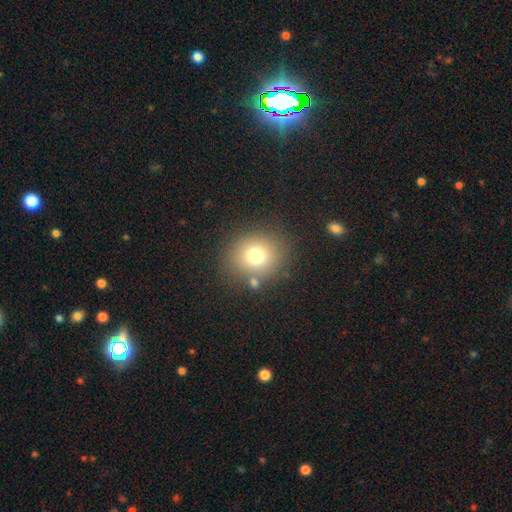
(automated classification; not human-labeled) smooth-or-featured: smooth: 74% | star or artifact: 15% | featured or disk: 11%
  how-rounded: round: 81% | in between: 18% | cigar-shaped: 1%
  merging: none: 80% | minor disturbance: 10% | merger: 6% | major disturbance: 4%